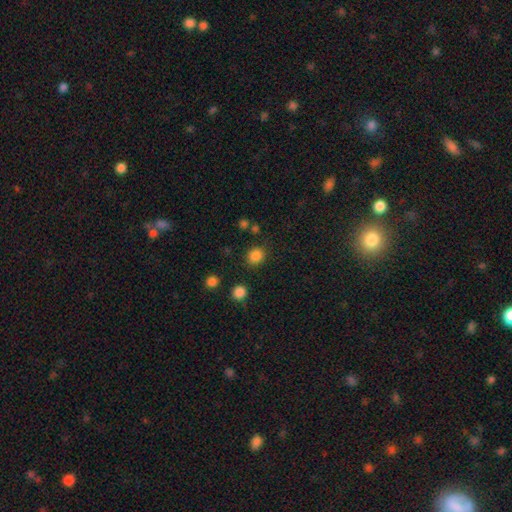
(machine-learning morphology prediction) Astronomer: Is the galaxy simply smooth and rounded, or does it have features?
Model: smooth — 84%.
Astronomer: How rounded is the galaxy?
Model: round — 78%.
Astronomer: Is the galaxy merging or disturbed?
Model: none — 85%.